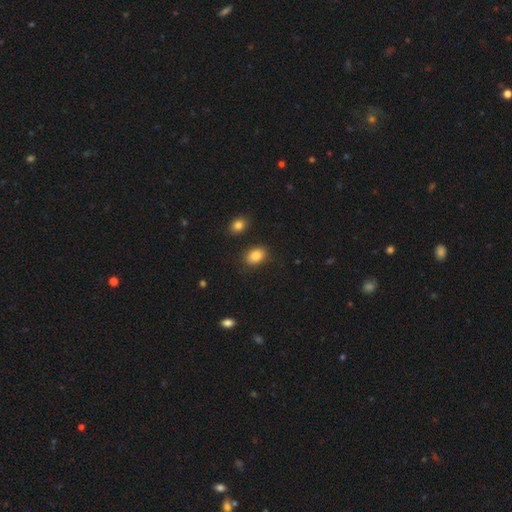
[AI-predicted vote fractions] Q: Smooth or featured?
A: smooth (86%); runner-up: star or artifact (9%)
Q: How rounded?
A: in between (78%); runner-up: round (21%)
Q: Merging?
A: none (84%); runner-up: minor disturbance (10%)